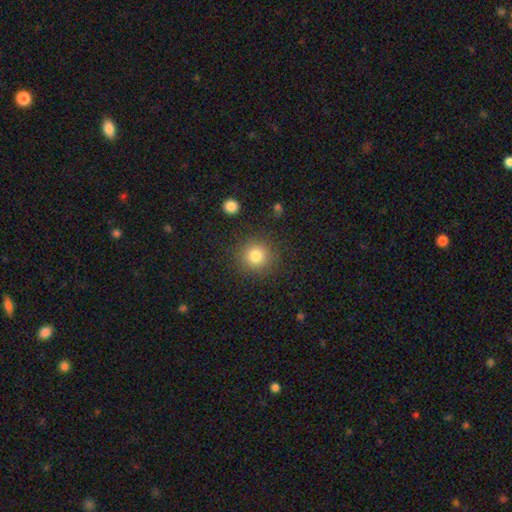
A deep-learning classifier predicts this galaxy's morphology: The model was most divided on "smooth or featured": smooth: 82%, star or artifact: 11%, featured or disk: 7%. More confident: how rounded — round (94%); merging — none (88%).